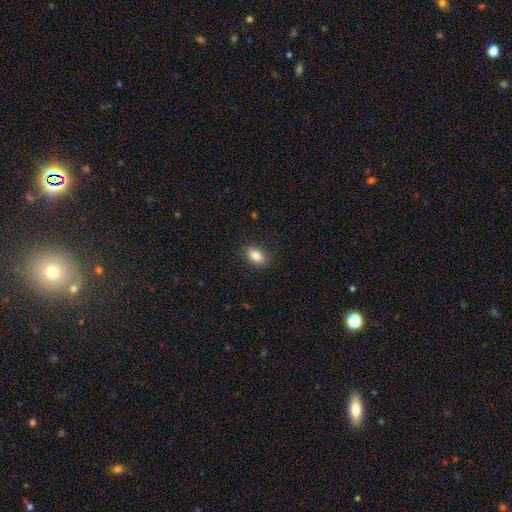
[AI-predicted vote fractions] smooth-or-featured: smooth: 87% | star or artifact: 8% | featured or disk: 5%
  how-rounded: in between: 88% | round: 10% | cigar-shaped: 2%
  merging: none: 85% | minor disturbance: 11% | major disturbance: 3% | merger: 1%